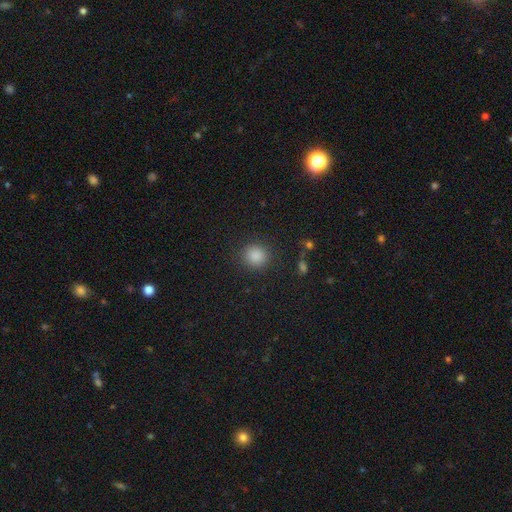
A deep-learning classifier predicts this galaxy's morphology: Smooth or featured: smooth — 86% (star or artifact — 10%)
How rounded: round — 88% (in between — 11%)
Merging: none — 88% (minor disturbance — 7%)